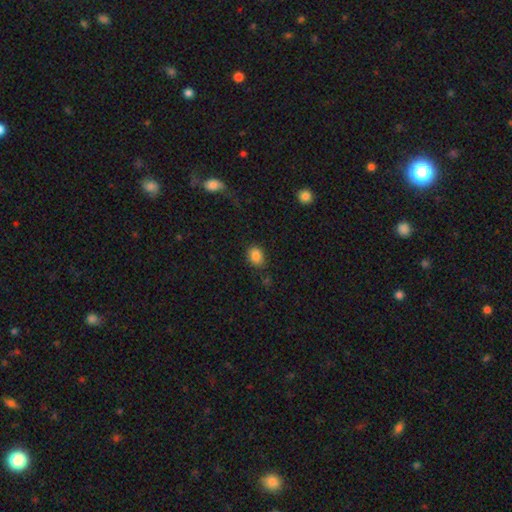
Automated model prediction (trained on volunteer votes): Smooth or featured?
  - smooth: 86% *
  - star or artifact: 10%
  - featured or disk: 5%
How rounded?
  - in between: 60% *
  - round: 39%
  - cigar-shaped: 1%
Merging?
  - none: 82% *
  - minor disturbance: 12%
  - major disturbance: 4%
  - merger: 2%